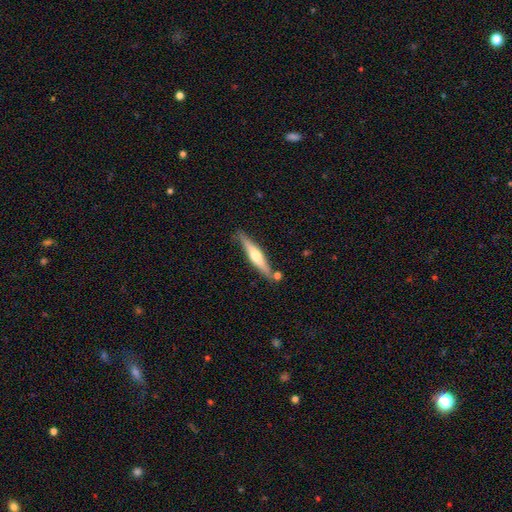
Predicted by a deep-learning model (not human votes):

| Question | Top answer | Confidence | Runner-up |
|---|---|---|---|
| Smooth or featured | featured or disk | 56% | smooth (39%) |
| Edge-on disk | yes | 95% | no (5%) |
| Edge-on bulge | rounded | 84% | none (8%) |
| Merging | none | 77% | minor disturbance (14%) |